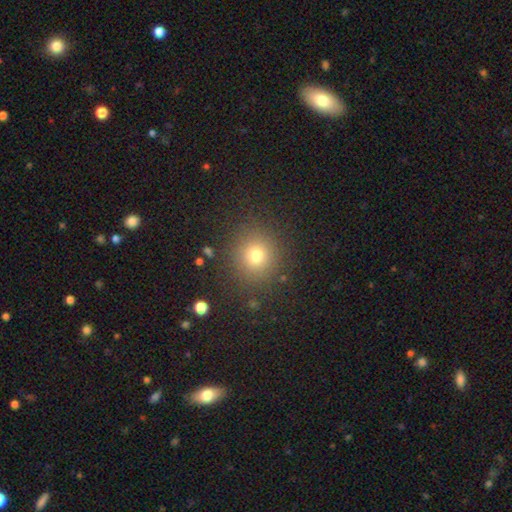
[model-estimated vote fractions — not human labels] Morphology: type=smooth (74%); roundness=round (89%); merging=none (87%).